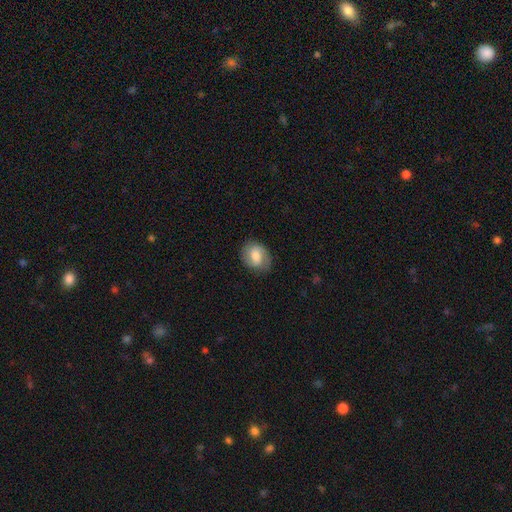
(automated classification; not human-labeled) Smooth or featured?
  - smooth: 53% *
  - featured or disk: 40%
  - star or artifact: 7%
How rounded?
  - in between: 52% *
  - round: 46%
  - cigar-shaped: 1%
Merging?
  - none: 78% *
  - minor disturbance: 16%
  - major disturbance: 5%
  - merger: 1%